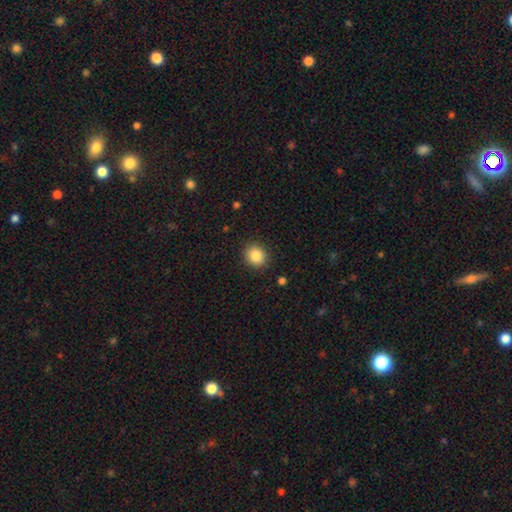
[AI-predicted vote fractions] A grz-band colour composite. It shows a smooth galaxy with no disk features (86%) that is round (76%). Merging: none (90%).